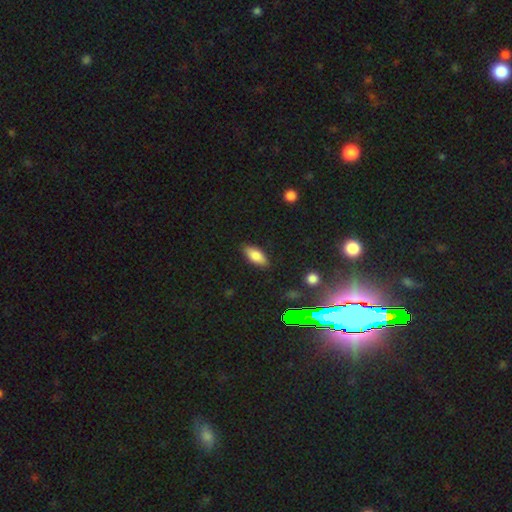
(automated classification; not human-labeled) This appears to be a smooth galaxy with no disk features (80%) that is in between round and cigar-shaped (86%). Merging: none (85%).